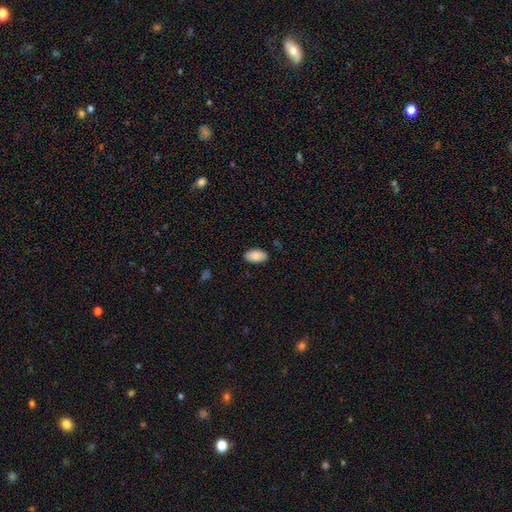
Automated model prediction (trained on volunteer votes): smooth-or-featured: smooth: 88% | star or artifact: 7% | featured or disk: 6%
  how-rounded: in between: 95% | round: 3% | cigar-shaped: 2%
  merging: none: 86% | minor disturbance: 10% | major disturbance: 2% | merger: 1%